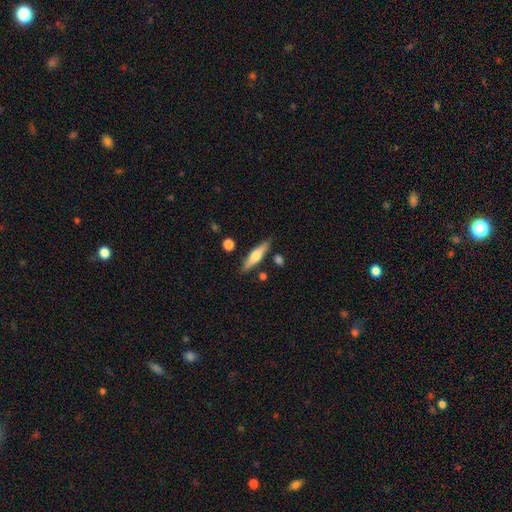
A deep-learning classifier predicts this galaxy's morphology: type=smooth (47%, tied with featured or disk); merging=none (83%).